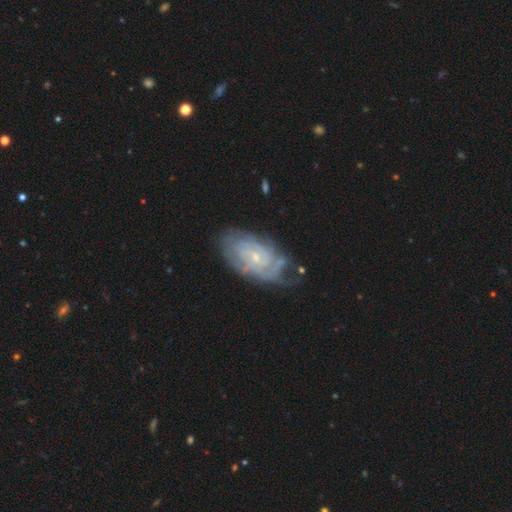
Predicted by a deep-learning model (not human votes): Q: Smooth or featured?
A: featured or disk (73%); runner-up: smooth (17%)
Q: Edge-on disk?
A: no (93%); runner-up: yes (7%)
Q: Bar?
A: no (74%); runner-up: weak (21%)
Q: Spiral arms?
A: yes (88%); runner-up: no (12%)
Q: Spiral winding?
A: tight (73%); runner-up: medium (21%)
Q: Spiral arm count?
A: can't tell (53%); runner-up: 2 (14%)
Q: Bulge size?
A: small (78%); runner-up: moderate (17%)
Q: Merging?
A: none (72%); runner-up: minor disturbance (19%)